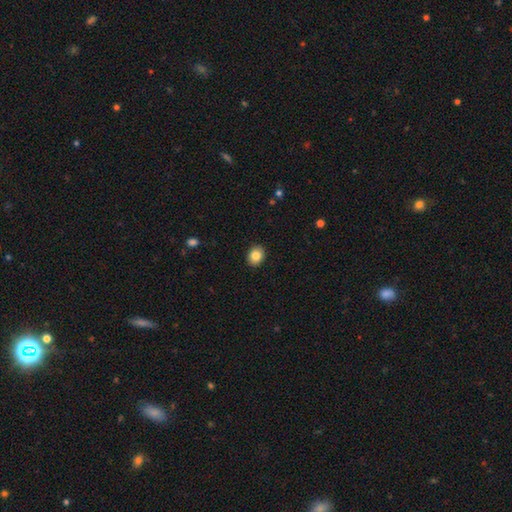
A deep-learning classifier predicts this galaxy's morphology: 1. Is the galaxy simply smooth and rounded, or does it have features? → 84% smooth, 9% star or artifact, 7% featured or disk.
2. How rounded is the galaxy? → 51% in between, 48% round, 1% cigar-shaped.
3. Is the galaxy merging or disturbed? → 90% none, 7% minor disturbance, 2% major disturbance, 1% merger.